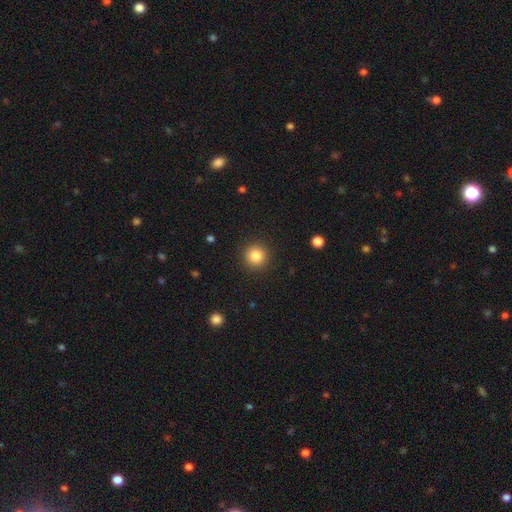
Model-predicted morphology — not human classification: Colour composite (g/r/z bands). It shows a smooth galaxy with no disk features (85%) that is round (95%). Merging: none (91%).